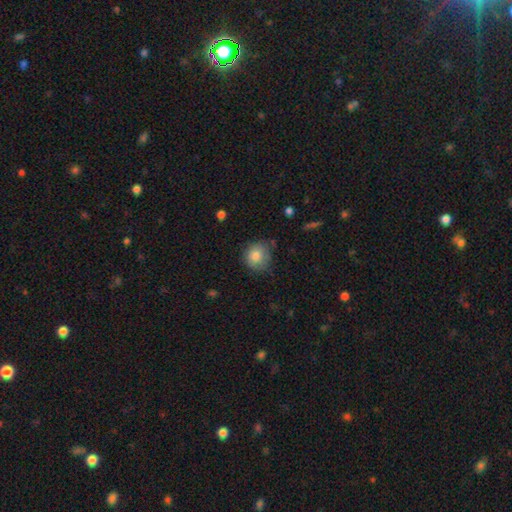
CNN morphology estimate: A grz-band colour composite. It shows a smooth galaxy with no disk features (81%) that is round (85%). Merging: none (66%).